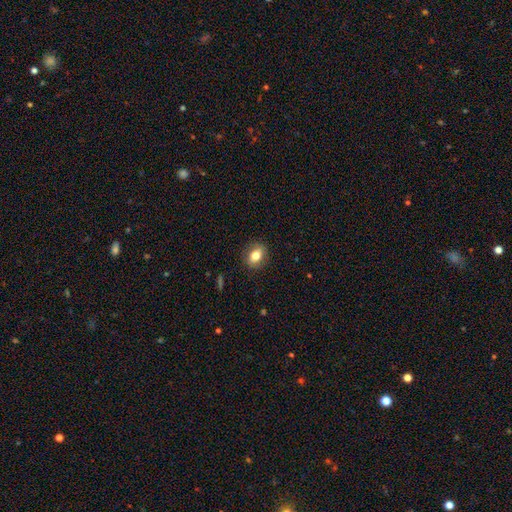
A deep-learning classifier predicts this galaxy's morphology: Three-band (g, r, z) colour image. It shows a smooth galaxy with no disk features (77%) that is in between round and cigar-shaped (61%). Merging: none (87%).